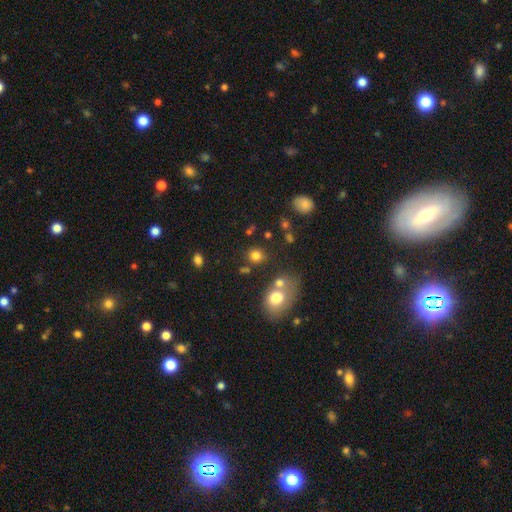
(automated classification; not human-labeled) This appears to be a smooth galaxy with no disk features (78%) that is round (81%). Merging: none (71%).